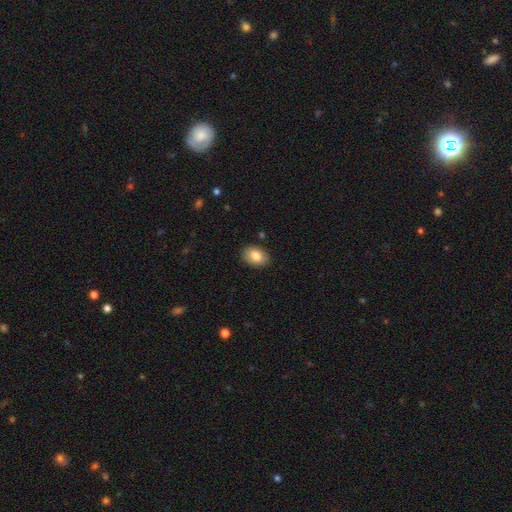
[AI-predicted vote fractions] Overall: smooth (83%). How rounded: in between (81%). Merging: none (88%).